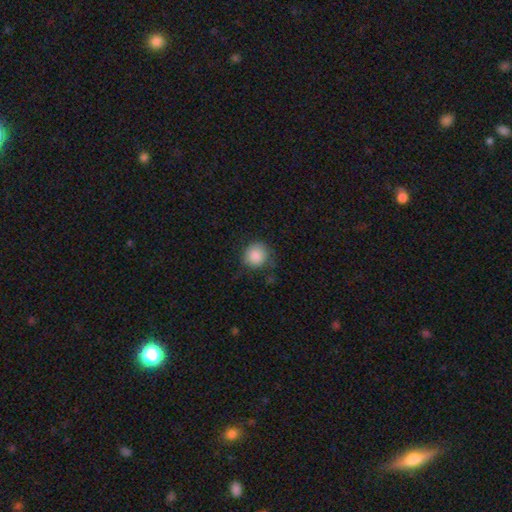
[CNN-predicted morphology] A smooth galaxy with no disk features (87%) that is round (88%). Merging: none (71%).